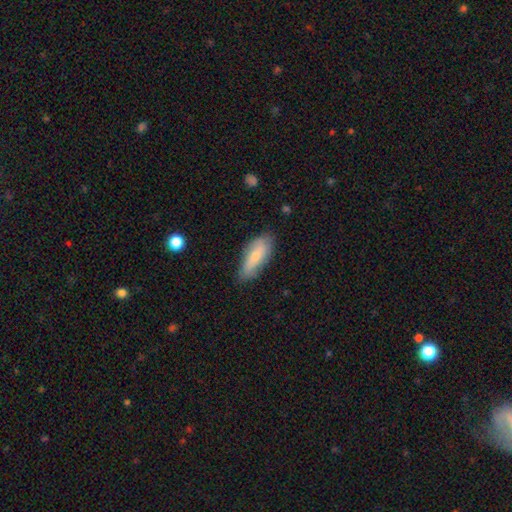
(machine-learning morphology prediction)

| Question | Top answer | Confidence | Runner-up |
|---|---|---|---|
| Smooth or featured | smooth | 64% | featured or disk (30%) |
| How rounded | in between | 74% | cigar-shaped (23%) |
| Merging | none | 73% | minor disturbance (21%) |